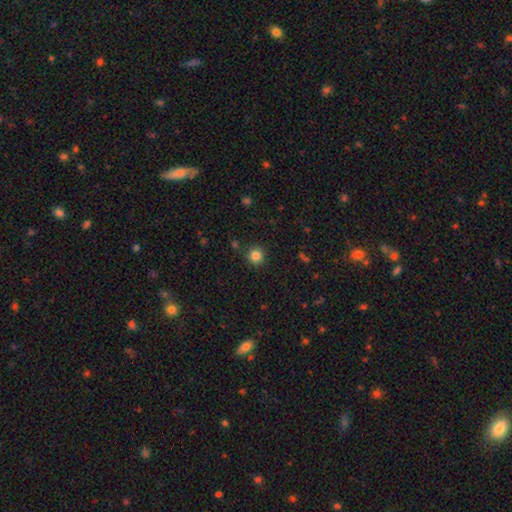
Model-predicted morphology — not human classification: Smooth or featured? smooth (84%)
How rounded? round (93%)
Merging? none (89%)